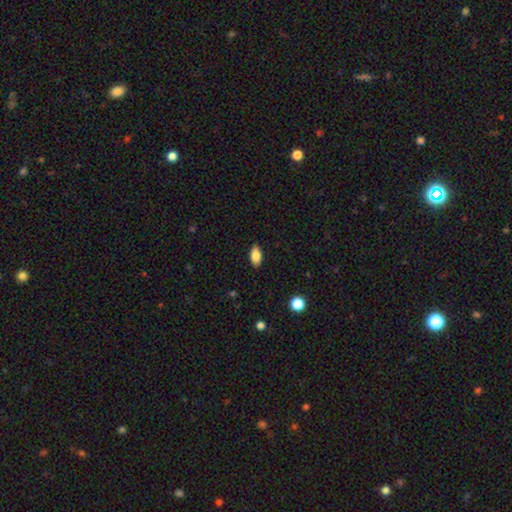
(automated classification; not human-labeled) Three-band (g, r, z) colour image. It shows a smooth galaxy with no disk features (84%) that is in between round and cigar-shaped (91%). Merging: none (88%).